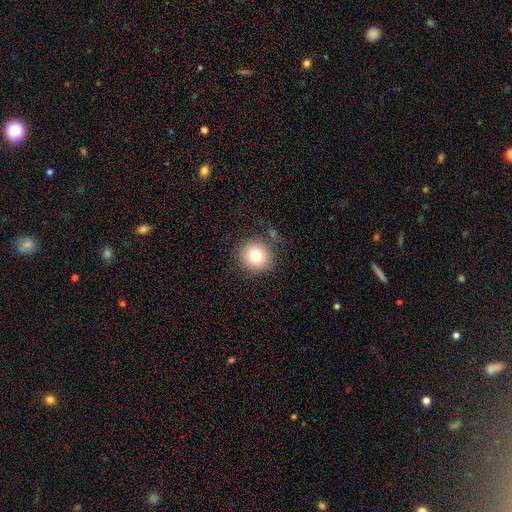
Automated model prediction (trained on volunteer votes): A smooth galaxy with no disk features (78%) that is round (92%). Merging: none (83%).